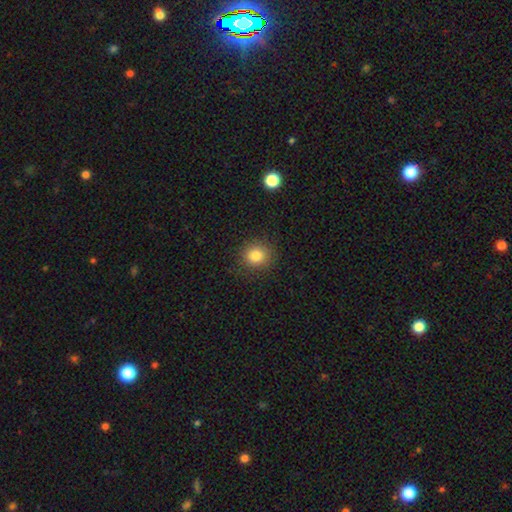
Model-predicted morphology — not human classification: Overall: smooth (84%). How rounded: round (84%). Merging: none (88%).